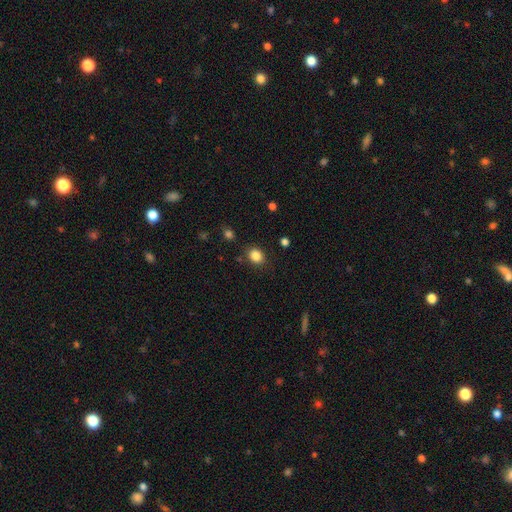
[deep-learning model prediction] Morphology: type=smooth (85%); roundness=round (60%); merging=none (84%).